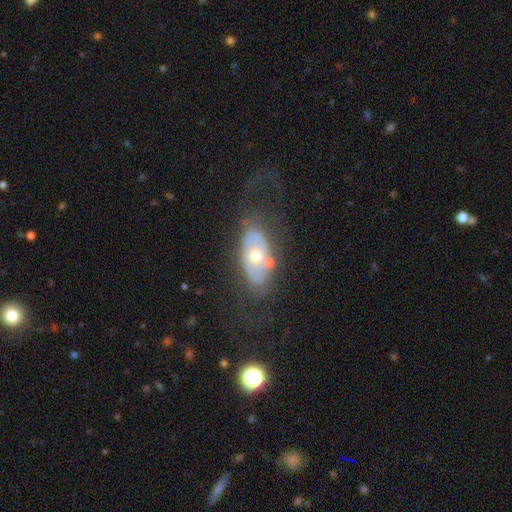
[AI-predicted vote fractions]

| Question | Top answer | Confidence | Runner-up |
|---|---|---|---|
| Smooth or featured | featured or disk | 69% | smooth (24%) |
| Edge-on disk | no | 90% | yes (10%) |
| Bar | no | 82% | weak (13%) |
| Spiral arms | no | 57% | yes (43%) |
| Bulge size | moderate | 70% | small (23%) |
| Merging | none | 61% | minor disturbance (19%) |